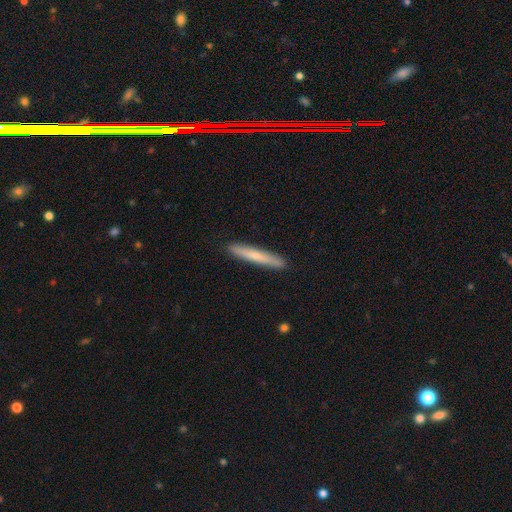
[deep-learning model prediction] Smooth or featured: smooth — 68% (featured or disk — 27%)
How rounded: cigar-shaped — 95% (in between — 3%)
Merging: none — 91% (minor disturbance — 7%)